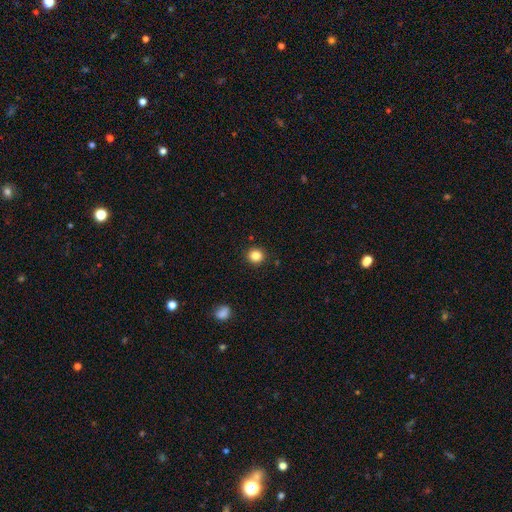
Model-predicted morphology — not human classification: smooth_or_featured: smooth (p=0.84) [alt: star or artifact p=0.11]
how_rounded: round (p=0.90) [alt: in between p=0.09]
merging: none (p=0.92) [alt: minor disturbance p=0.05]